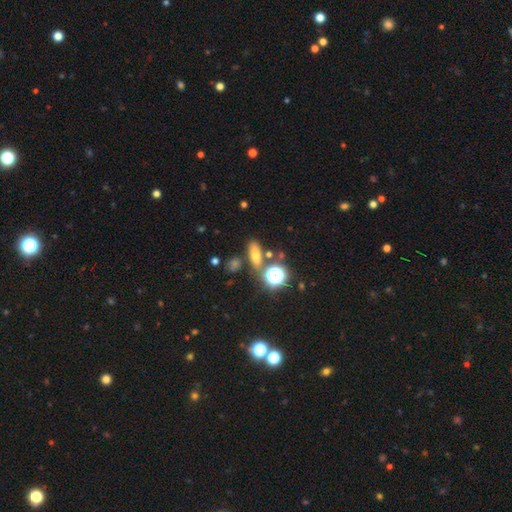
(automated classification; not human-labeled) smooth_or_featured: smooth (p=0.61) [alt: star or artifact p=0.24]
how_rounded: in between (p=0.57) [alt: cigar-shaped p=0.25]
merging: none (p=0.77) [alt: minor disturbance p=0.10]